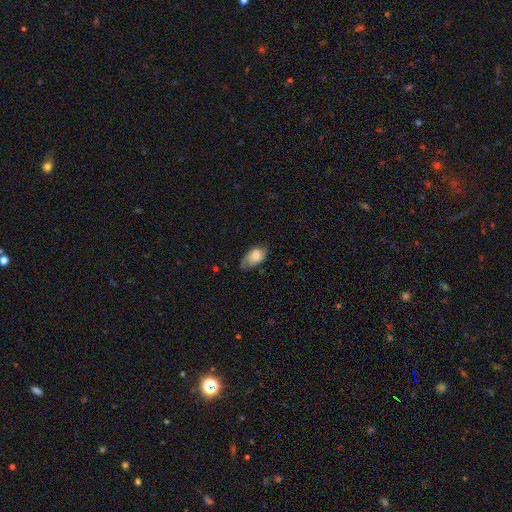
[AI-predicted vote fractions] This is likely a smooth galaxy (69%). How rounded: clearly in between (91%). Merging: possibly none (56%).